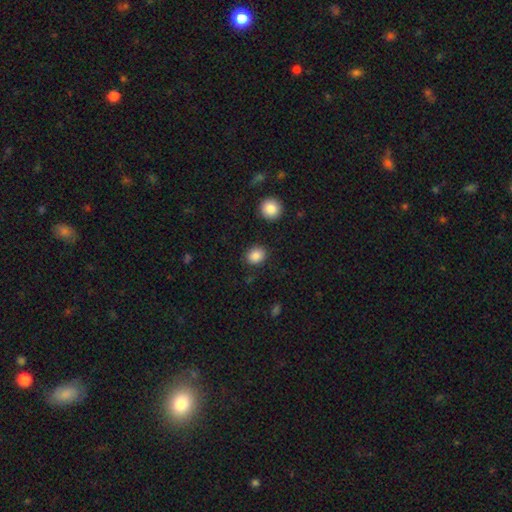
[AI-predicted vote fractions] Smooth or featured?
  - smooth: 87% *
  - star or artifact: 9%
  - featured or disk: 4%
How rounded?
  - round: 60% *
  - in between: 39%
  - cigar-shaped: 1%
Merging?
  - none: 86% *
  - minor disturbance: 8%
  - major disturbance: 3%
  - merger: 2%